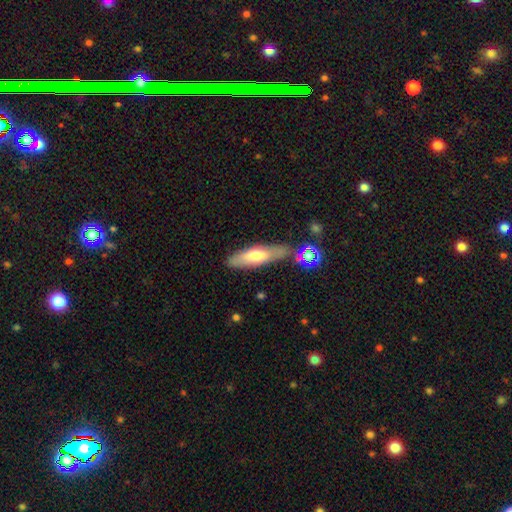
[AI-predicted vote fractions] Morphology: type=smooth (61%); roundness=cigar-shaped (62%); merging=none (66%).